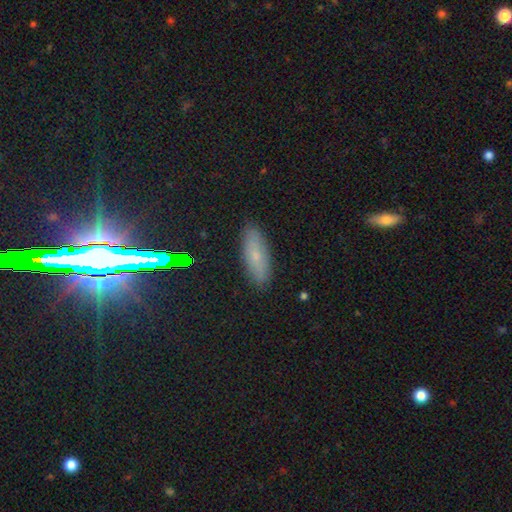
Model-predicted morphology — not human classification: This appears to be a smooth galaxy with no disk features (62%) that is in between round and cigar-shaped (58%). Merging: none (88%).